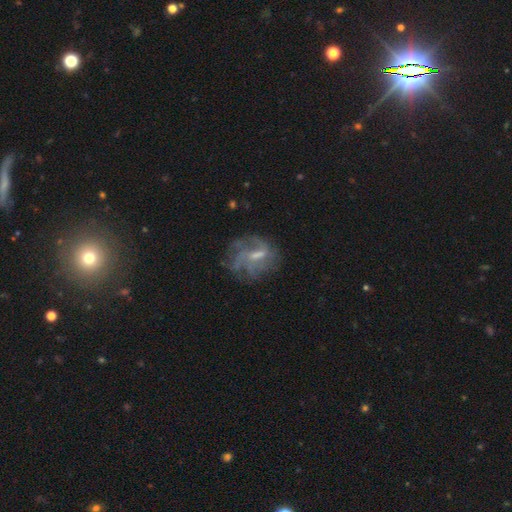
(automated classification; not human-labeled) This is likely a featured or disk galaxy (66%). It is clearly not viewed edge-on (96%). Bar: possibly weak (52%). Spiral arm pattern: likely yes (62%). Central bulge: marginally moderate (37%). Merging: possibly none (54%).